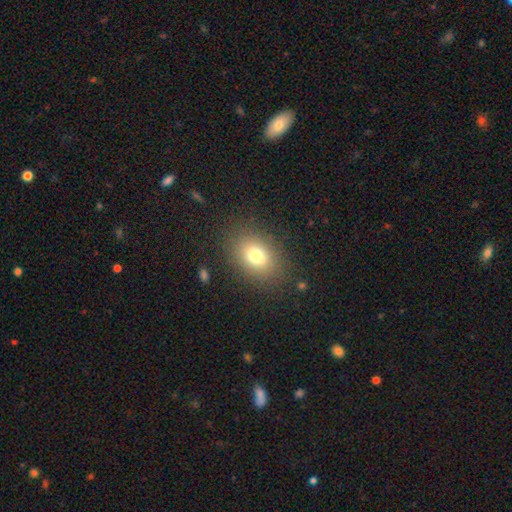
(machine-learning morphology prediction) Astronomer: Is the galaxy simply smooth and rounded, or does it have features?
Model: smooth — 75%.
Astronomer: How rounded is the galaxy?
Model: in between — 67%.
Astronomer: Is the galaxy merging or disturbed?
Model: none — 83%.